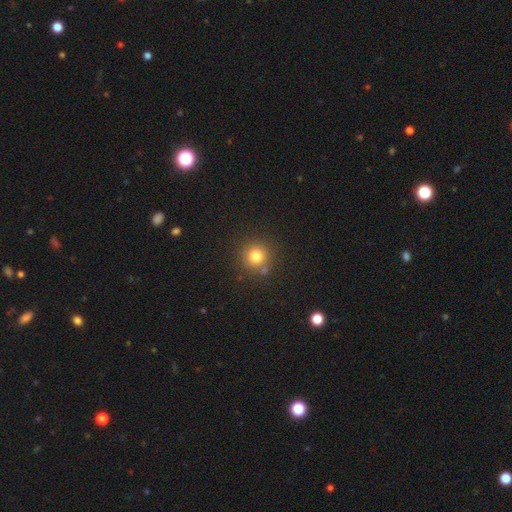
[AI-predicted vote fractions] This appears to be a smooth galaxy with no disk features (79%) that is round (93%). Merging: none (80%).